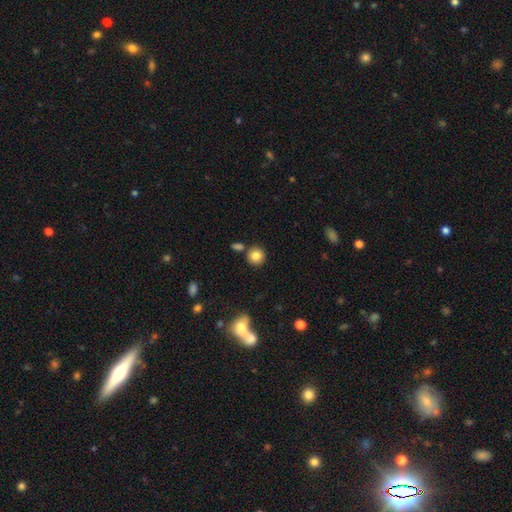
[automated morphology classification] Smooth or featured? smooth (83%)
How rounded? round (91%)
Merging? none (80%)